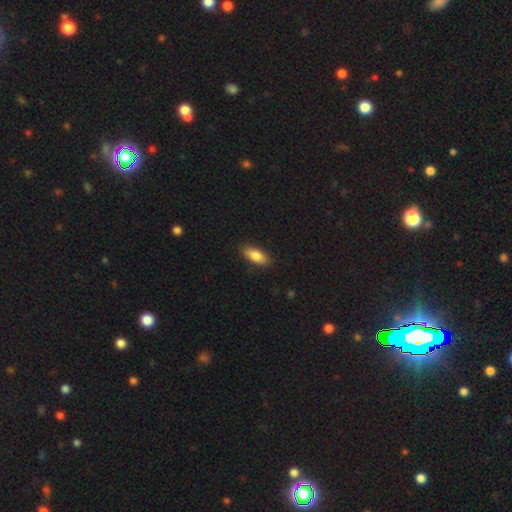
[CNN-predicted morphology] Smooth or featured: smooth — 84% (featured or disk — 10%)
How rounded: in between — 84% (cigar-shaped — 14%)
Merging: none — 86% (minor disturbance — 11%)